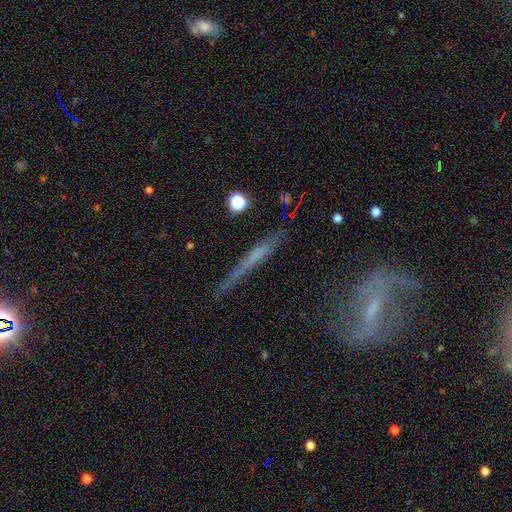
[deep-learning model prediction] featured or disk 48%, smooth 41%, star or artifact 10%. Down the decision tree: merging — none (70%).